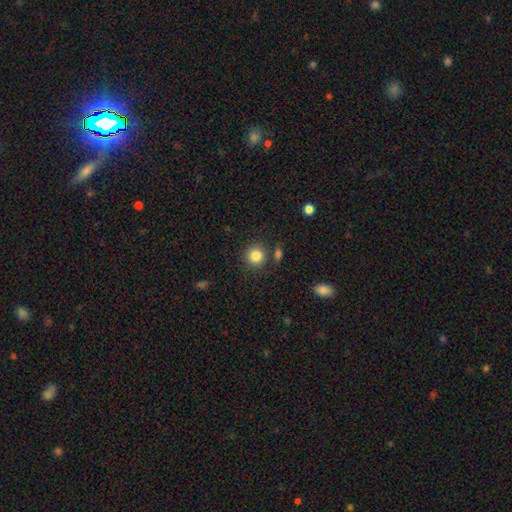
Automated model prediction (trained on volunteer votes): This is clearly a smooth galaxy (85%). How rounded: clearly round (92%). Merging: clearly none (82%).